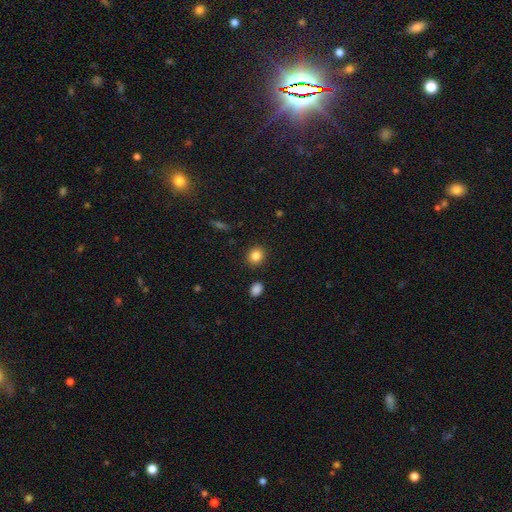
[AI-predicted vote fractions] A smooth galaxy with no disk features (85%) that is round (80%). Merging: none (90%).